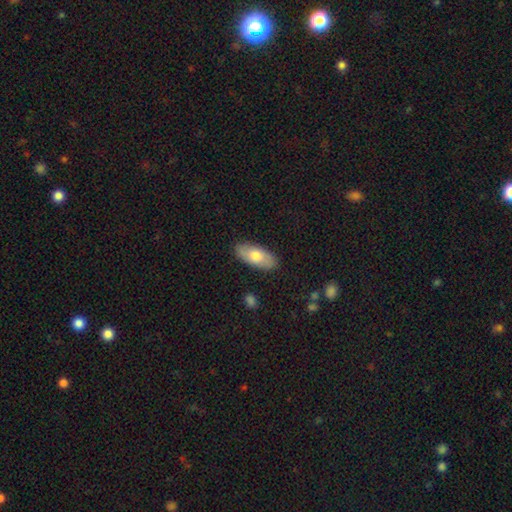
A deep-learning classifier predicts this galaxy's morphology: Smooth or featured?
  - smooth: 71% *
  - featured or disk: 24%
  - star or artifact: 6%
How rounded?
  - in between: 88% *
  - cigar-shaped: 9%
  - round: 3%
Merging?
  - none: 87% *
  - minor disturbance: 10%
  - major disturbance: 2%
  - merger: 1%